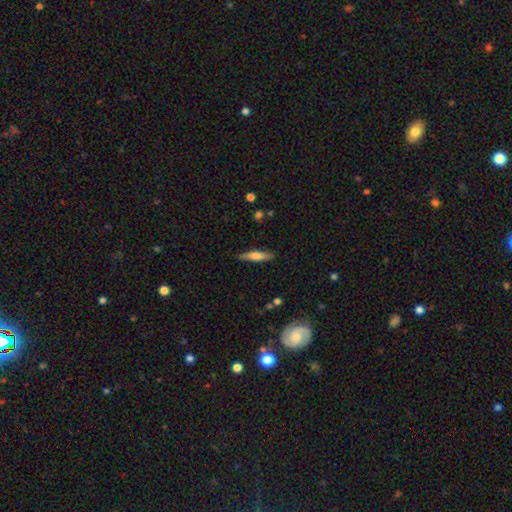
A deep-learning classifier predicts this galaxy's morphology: A smooth galaxy with no disk features (63%) that is cigar-shaped (80%).

Vote fractions:
- Smooth or featured? smooth: 63% / featured or disk: 31% / star or artifact: 6%
- How rounded? cigar-shaped: 80% / in between: 18% / round: 2%
- Merging? none: 86% / minor disturbance: 10% / major disturbance: 2% / merger: 1%